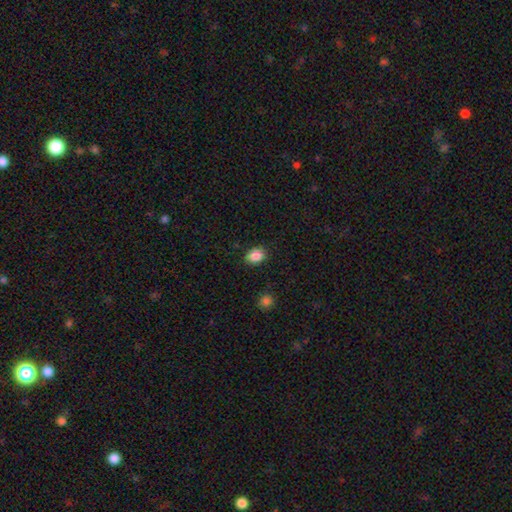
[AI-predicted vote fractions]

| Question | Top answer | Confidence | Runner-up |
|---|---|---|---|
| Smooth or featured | smooth | 87% | star or artifact (9%) |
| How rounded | in between | 67% | round (32%) |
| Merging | none | 87% | minor disturbance (9%) |